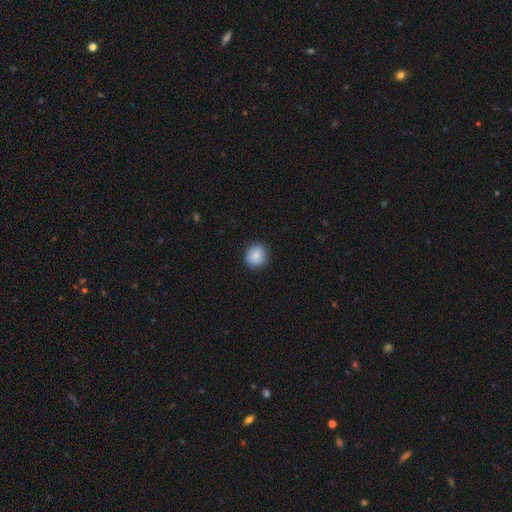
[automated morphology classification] Smooth or featured: smooth — 86% (star or artifact — 8%)
How rounded: round — 86% (in between — 13%)
Merging: none — 86% (minor disturbance — 11%)